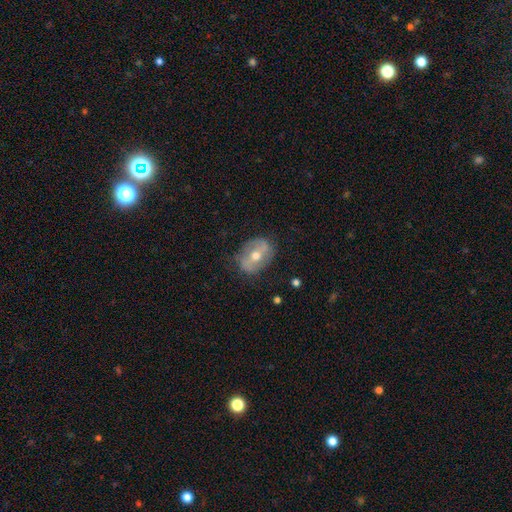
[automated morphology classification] Q: Smooth or featured?
A: featured or disk (62%); runner-up: smooth (30%)
Q: Edge-on disk?
A: no (93%); runner-up: yes (7%)
Q: Bar?
A: strong (37%); runner-up: weak (35%)
Q: Spiral arms?
A: yes (54%); runner-up: no (46%)
Q: Bulge size?
A: moderate (72%); runner-up: small (23%)
Q: Merging?
A: none (76%); runner-up: minor disturbance (17%)